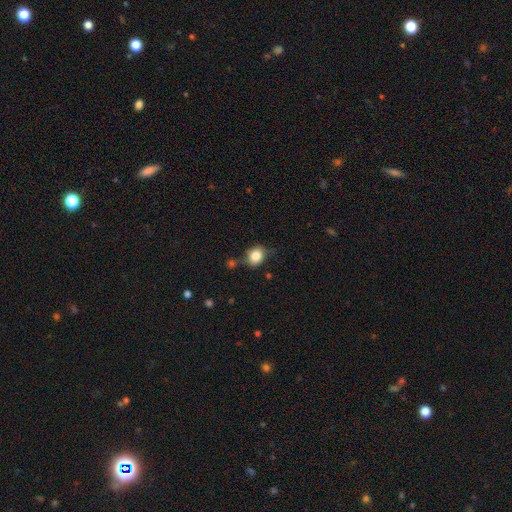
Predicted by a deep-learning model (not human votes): Overall: smooth (80%). How rounded: round (57%; in between 41%). Merging: none (63%; minor disturbance 23%).